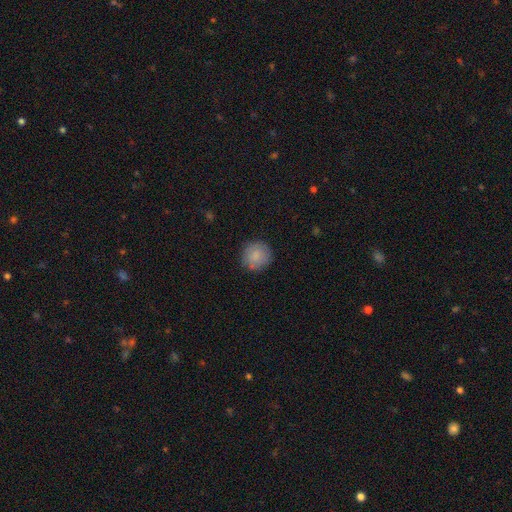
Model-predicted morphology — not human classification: smooth_or_featured: smooth (p=0.86) [alt: star or artifact p=0.07]
how_rounded: round (p=0.93) [alt: in between p=0.06]
merging: none (p=0.85) [alt: minor disturbance p=0.11]